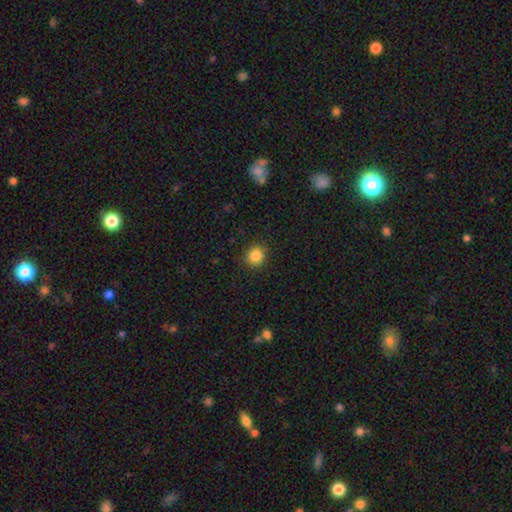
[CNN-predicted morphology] Smooth or featured?
  - smooth: 85% *
  - star or artifact: 10%
  - featured or disk: 4%
How rounded?
  - round: 84% *
  - in between: 15%
  - cigar-shaped: 1%
Merging?
  - none: 88% *
  - minor disturbance: 8%
  - major disturbance: 2%
  - merger: 1%